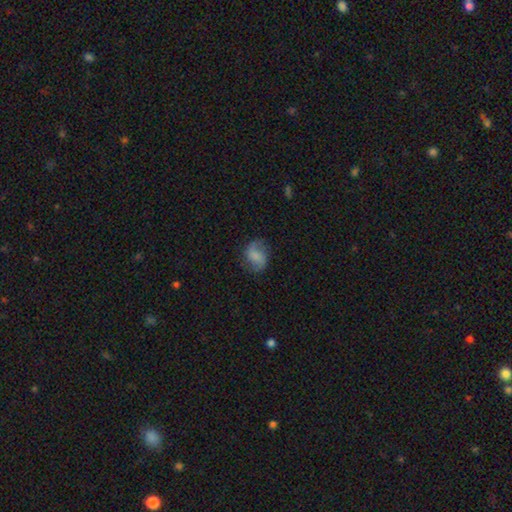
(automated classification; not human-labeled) Morphology: type=featured or disk (50%); merging=none (73%).